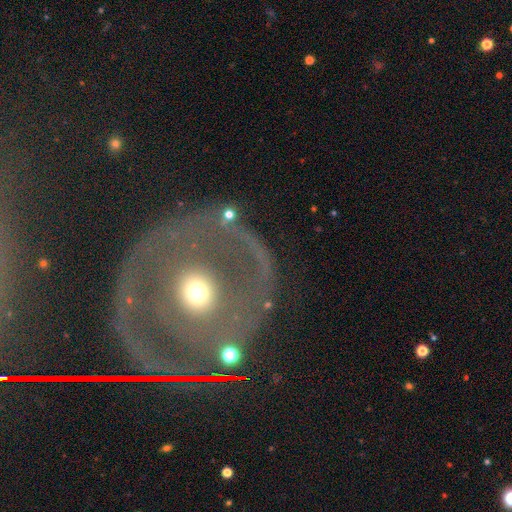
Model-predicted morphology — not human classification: A featured or disk galaxy (66%) with no bar (77%), no spiral arms (53%) and a moderate central bulge (68%).

Vote fractions:
- Smooth or featured? featured or disk: 66% / smooth: 24% / star or artifact: 10%
- Edge-on disk? no: 95% / yes: 5%
- Bar? no: 77% / weak: 14% / strong: 9%
- Spiral arms? no: 53% / yes: 47%
- Bulge size? moderate: 68% / small: 21% / large: 7% / dominant: 2% / none: 2%
- Merging? none: 73% / minor disturbance: 13% / major disturbance: 11% / merger: 3%